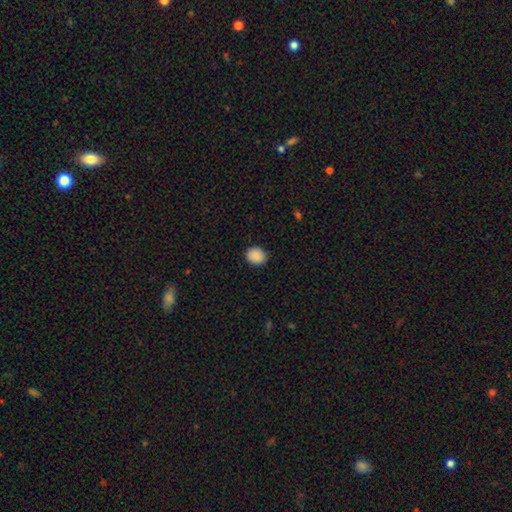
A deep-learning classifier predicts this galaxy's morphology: Smooth or featured: smooth — 89% (star or artifact — 8%)
How rounded: round — 65% (in between — 34%)
Merging: none — 90% (minor disturbance — 8%)